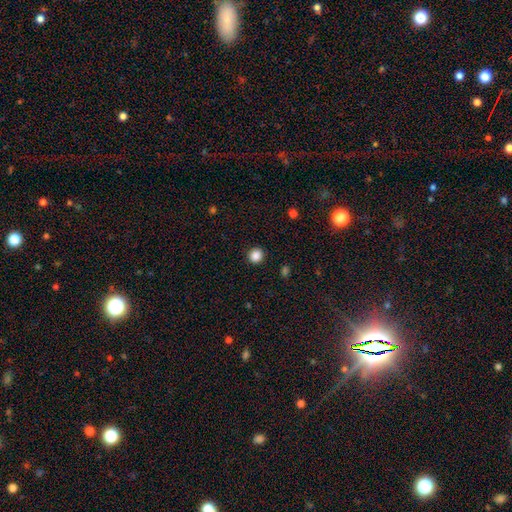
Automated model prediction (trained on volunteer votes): This is clearly a smooth galaxy (87%). How rounded: clearly round (93%). Merging: clearly none (93%).